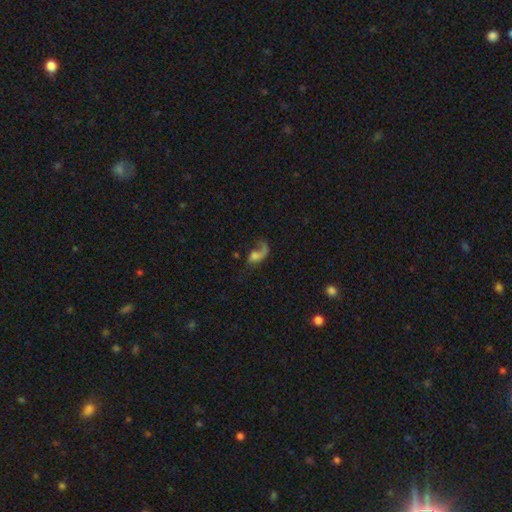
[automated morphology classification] Overall: featured or disk (53%; smooth 36%). Edge-on disk: no (96%). Bar: no (75%). Spiral arms: yes (76%). Bulge size: none (30%; small 28%). Merging: major disturbance (47%; none 30%).